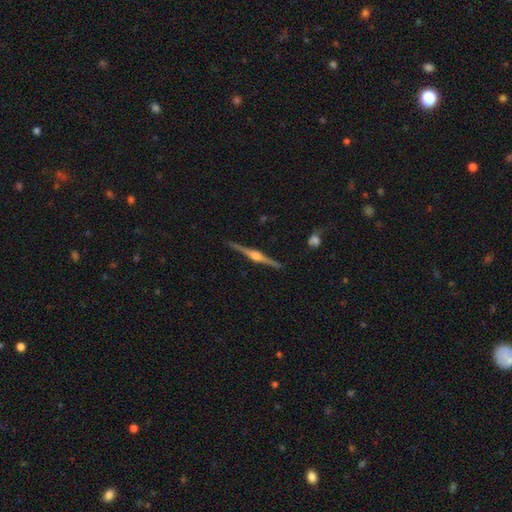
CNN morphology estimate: Smooth or featured?
  - featured or disk: 86% *
  - smooth: 8%
  - star or artifact: 5%
Edge-on disk?
  - yes: 99% *
  - no: 1%
Edge-on bulge?
  - rounded: 88% *
  - boxy: 9%
  - none: 3%
Merging?
  - none: 91% *
  - minor disturbance: 6%
  - major disturbance: 1%
  - merger: 1%